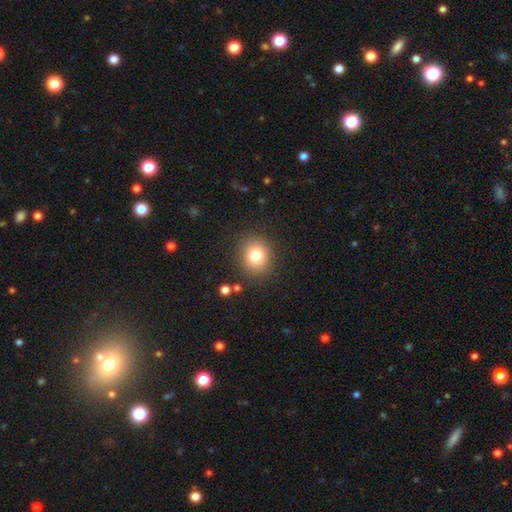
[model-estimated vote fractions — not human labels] Smooth or featured? smooth (79%)
How rounded? round (71%)
Merging? none (86%)